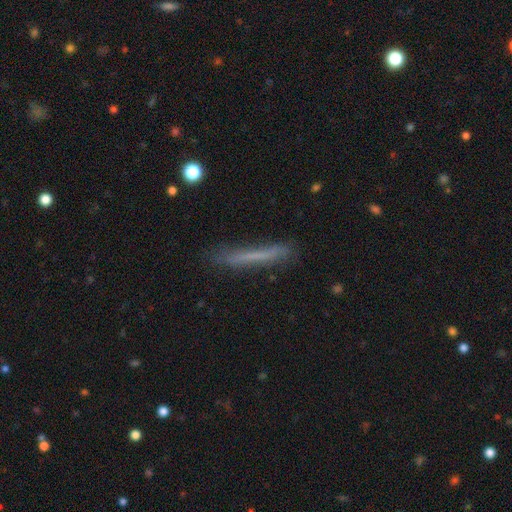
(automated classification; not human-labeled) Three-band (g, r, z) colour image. It shows a smooth galaxy with no disk features (61%) that is cigar-shaped (96%). Merging: none (81%).